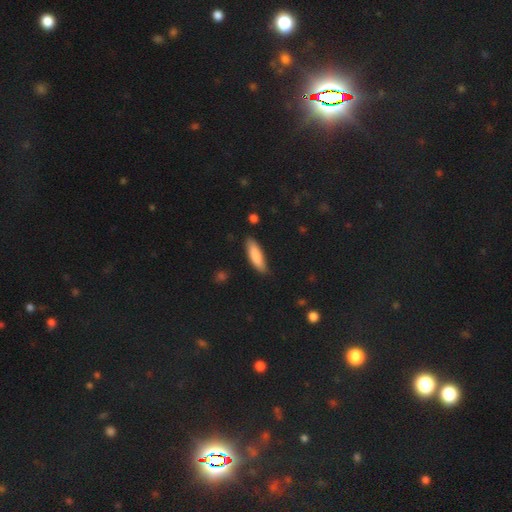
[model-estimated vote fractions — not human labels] A smooth galaxy with no disk features (82%) that is cigar-shaped (63%). Merging: none (82%).